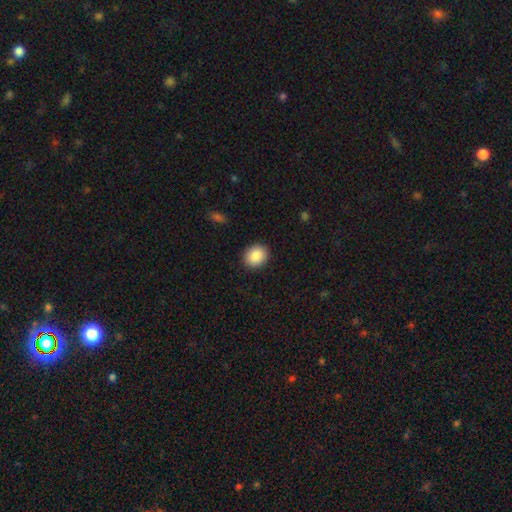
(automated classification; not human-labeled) Smooth or featured? smooth (88%)
How rounded? round (59%)
Merging? none (90%)